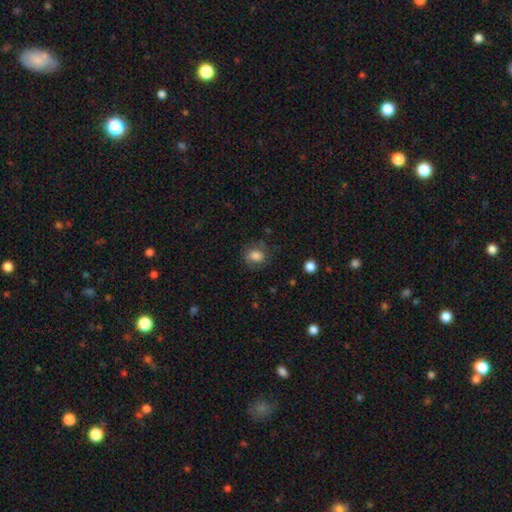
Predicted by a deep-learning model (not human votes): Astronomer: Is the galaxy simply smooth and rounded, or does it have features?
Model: smooth — 76%.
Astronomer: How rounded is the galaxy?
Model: round — 55% (runner-up: in between, 44%).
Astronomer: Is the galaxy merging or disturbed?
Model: none — 67%.